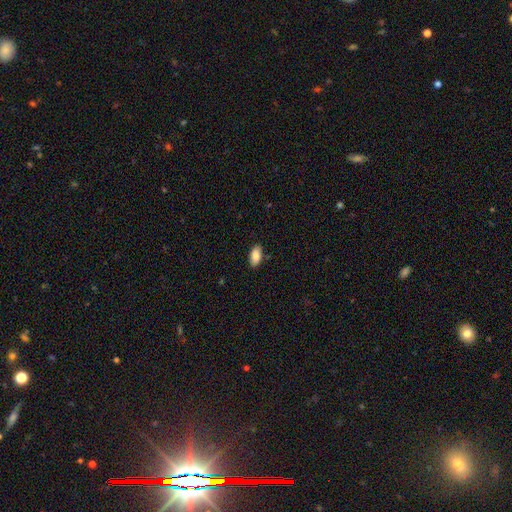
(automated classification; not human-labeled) The model was most divided on "merging": none: 86%, minor disturbance: 11%, major disturbance: 2%, merger: 1%. More confident: how rounded — in between (93%); smooth or featured — smooth (87%).